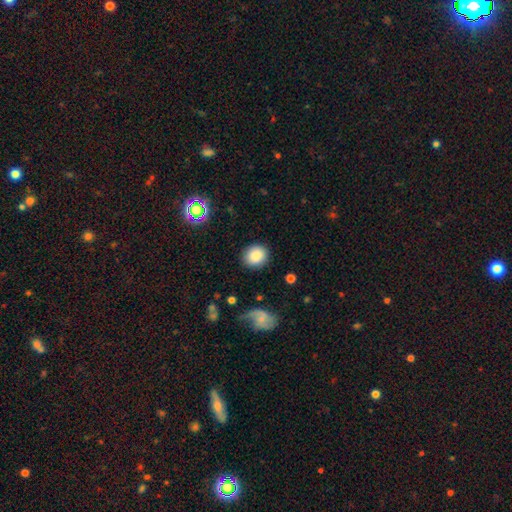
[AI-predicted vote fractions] Morphology: type=smooth (85%); roundness=round (81%); merging=none (87%).